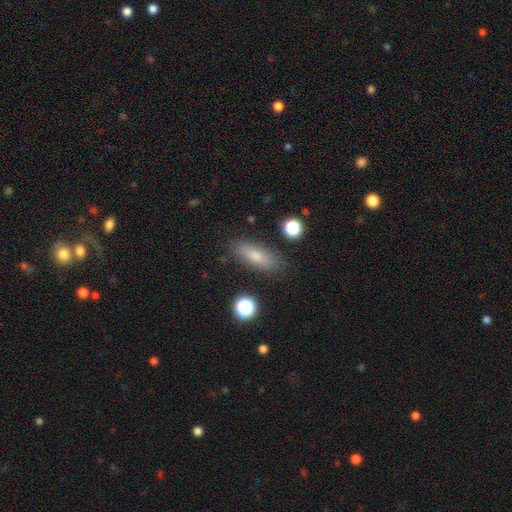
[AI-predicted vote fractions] The model was most divided on "how rounded": in between: 60%, cigar-shaped: 36%, round: 4%. More confident: merging — none (85%); smooth or featured — smooth (75%).